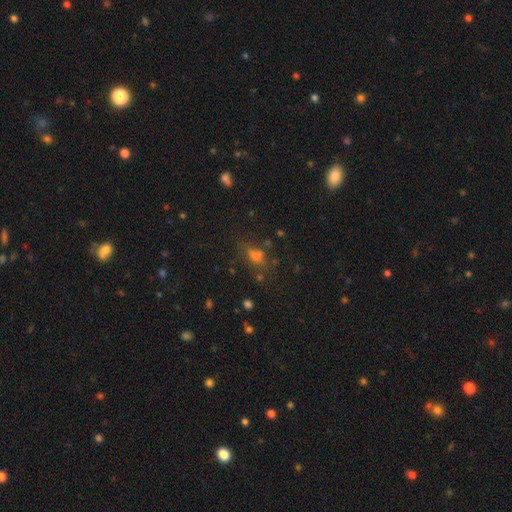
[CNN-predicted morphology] The model was most divided on "how rounded": in between: 61%, round: 30%, cigar-shaped: 9%. More confident: smooth or featured — smooth (58%); merging — none (57%).